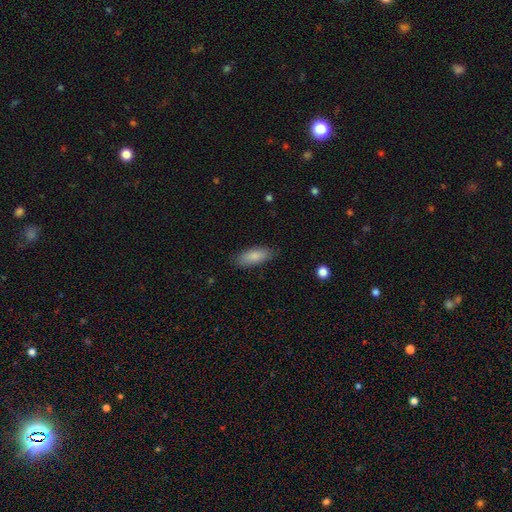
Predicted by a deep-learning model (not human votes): This appears to be a smooth galaxy with no disk features (85%) that is in between round and cigar-shaped (73%). Merging: none (86%).